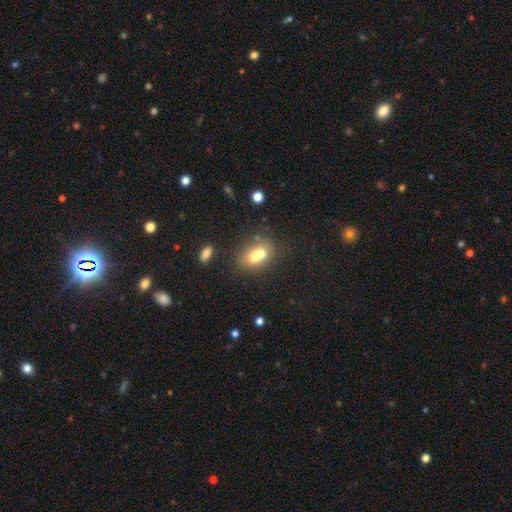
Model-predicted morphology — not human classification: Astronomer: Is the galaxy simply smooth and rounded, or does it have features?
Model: smooth — 66%.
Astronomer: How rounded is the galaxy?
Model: in between — 63%.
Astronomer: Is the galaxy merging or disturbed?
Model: merger — 55% (runner-up: none, 31%).